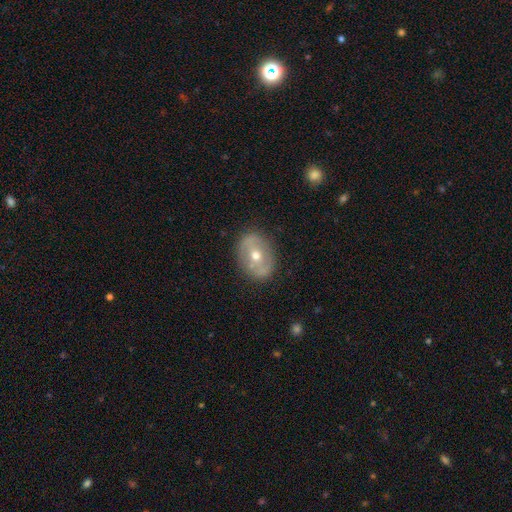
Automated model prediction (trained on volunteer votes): smooth_or_featured: featured or disk (p=0.59) [alt: smooth p=0.33]
disk_edge_on: no (p=0.93) [alt: yes p=0.07]
bar: no (p=0.40) [alt: weak p=0.33]
has_spiral_arms: no (p=0.62) [alt: yes p=0.38]
bulge_size: moderate (p=0.70) [alt: small p=0.26]
merging: none (p=0.82) [alt: minor disturbance p=0.13]